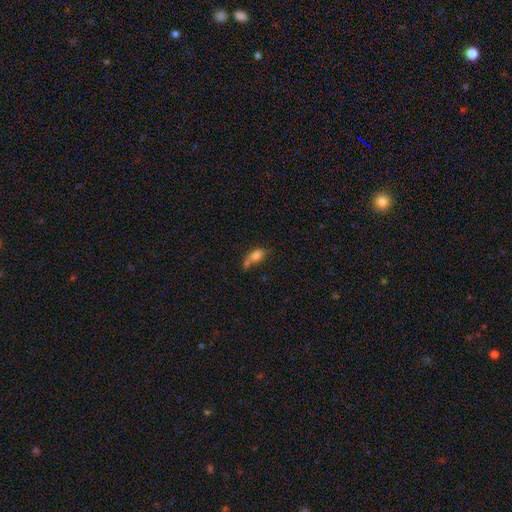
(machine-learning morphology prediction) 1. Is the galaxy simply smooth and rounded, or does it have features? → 77% smooth, 12% featured or disk, 11% star or artifact.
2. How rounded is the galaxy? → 83% in between, 9% round, 8% cigar-shaped.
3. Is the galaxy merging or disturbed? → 35% merger, 32% none, 21% minor disturbance, 12% major disturbance.